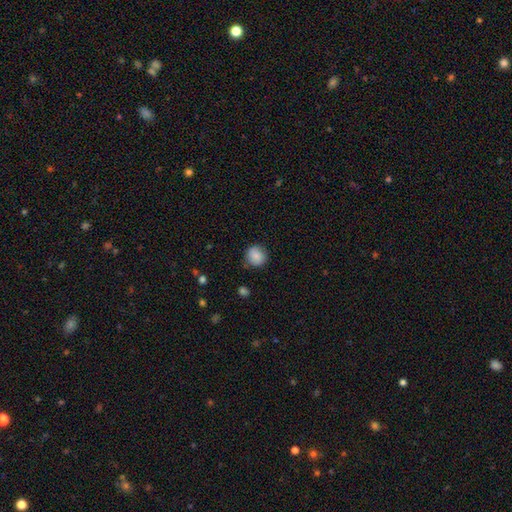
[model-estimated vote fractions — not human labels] Overall: smooth (86%). How rounded: round (88%). Merging: none (79%).